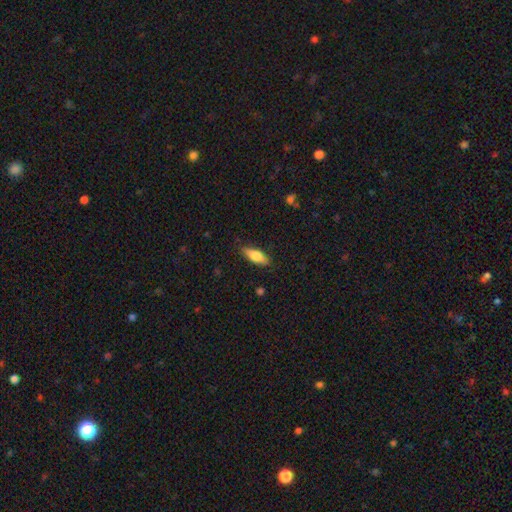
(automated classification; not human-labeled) This appears to be a smooth galaxy with no disk features (73%) that is in between round and cigar-shaped (63%). Merging: none (85%).